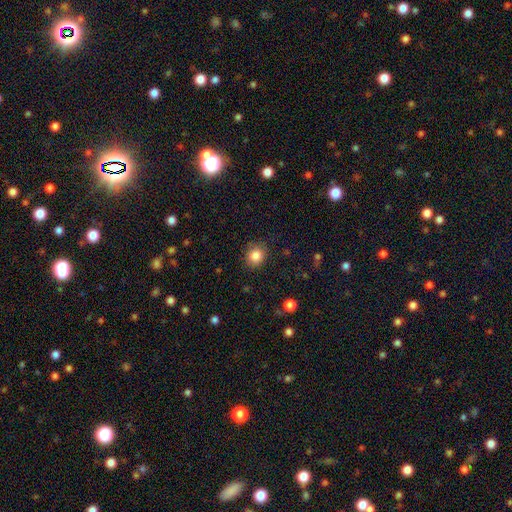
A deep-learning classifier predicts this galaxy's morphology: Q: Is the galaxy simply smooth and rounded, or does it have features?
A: smooth — 85%.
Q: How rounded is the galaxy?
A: round — 78%.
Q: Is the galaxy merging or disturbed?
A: none — 87%.